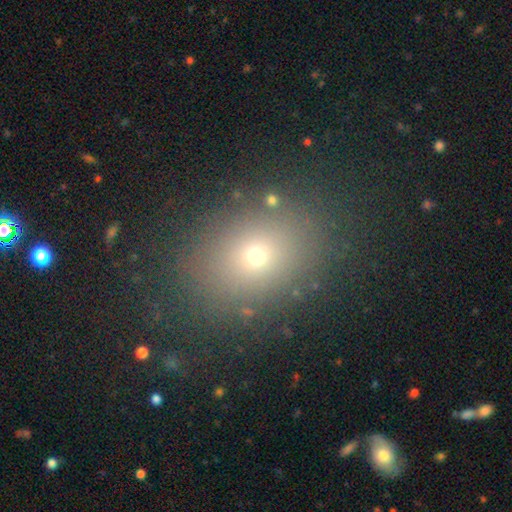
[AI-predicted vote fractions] This is likely a smooth galaxy (66%). How rounded: possibly in between (52%). Merging: clearly none (84%).